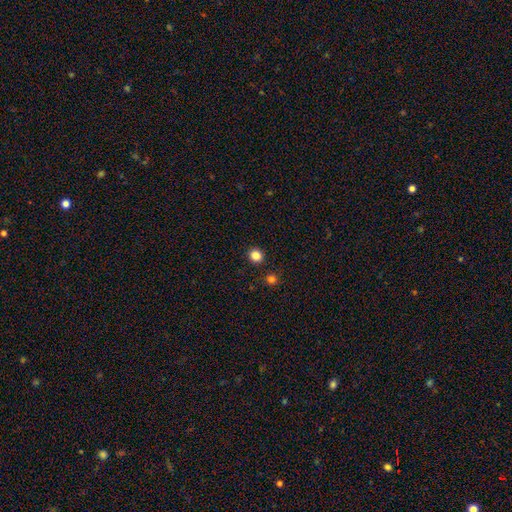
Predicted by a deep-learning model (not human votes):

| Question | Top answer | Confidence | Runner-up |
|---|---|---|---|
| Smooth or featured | smooth | 84% | star or artifact (12%) |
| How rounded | round | 86% | in between (13%) |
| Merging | none | 91% | minor disturbance (5%) |